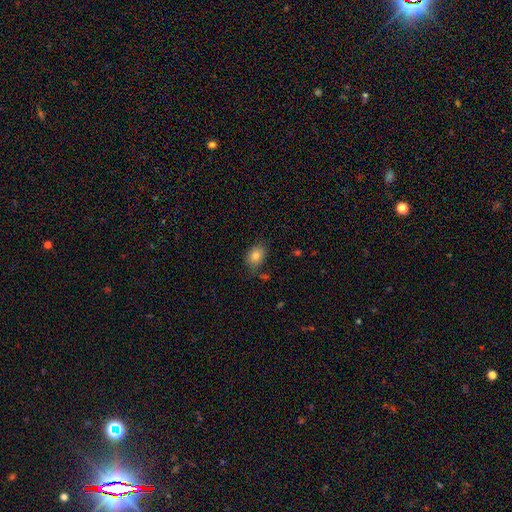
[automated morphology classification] Smooth or featured? smooth (81%)
How rounded? in between (70%)
Merging? none (75%)